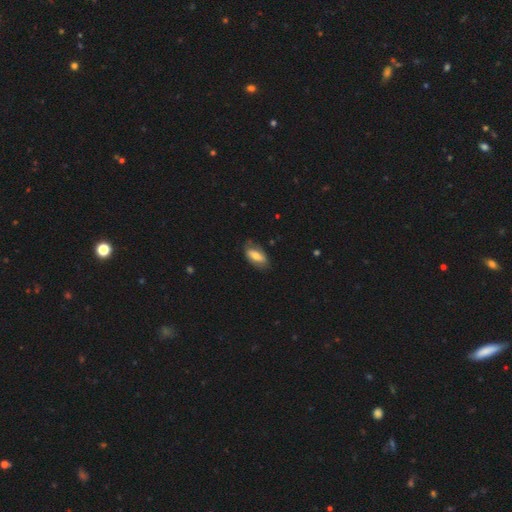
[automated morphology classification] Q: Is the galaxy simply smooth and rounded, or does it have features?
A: smooth — 64%.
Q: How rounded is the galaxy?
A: in between — 87%.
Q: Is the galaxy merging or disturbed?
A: none — 71%.